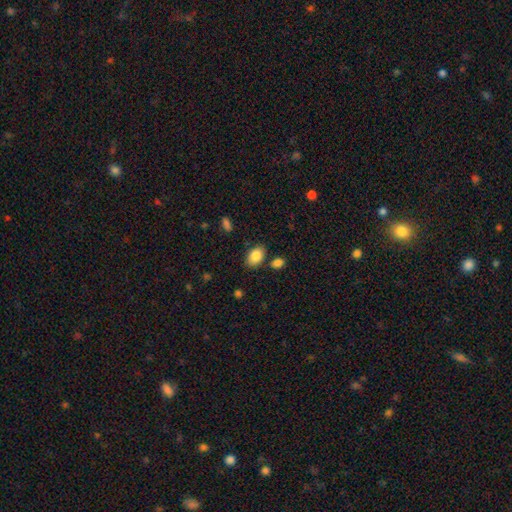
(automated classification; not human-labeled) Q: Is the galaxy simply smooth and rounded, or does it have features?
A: smooth — 86%.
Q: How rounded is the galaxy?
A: in between — 86%.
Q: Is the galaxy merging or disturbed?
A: none — 79%.